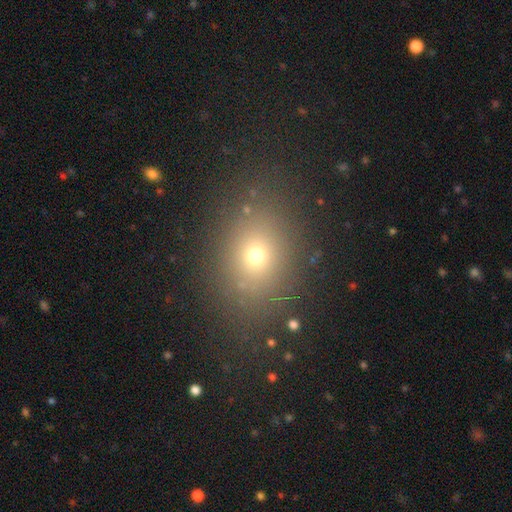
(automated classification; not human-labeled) Morphology: type=smooth (67%); roundness=in between (56%); merging=none (84%).